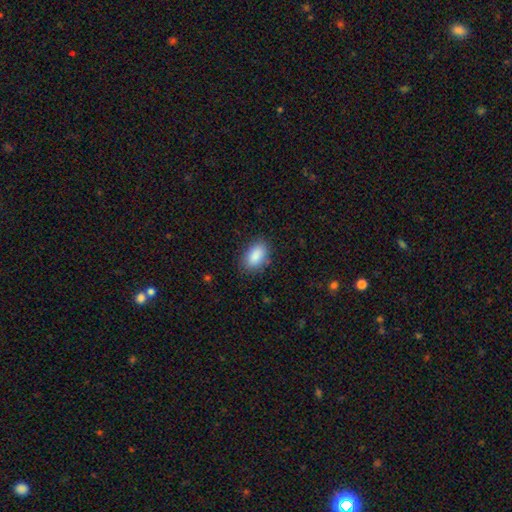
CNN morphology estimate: Smooth or featured? smooth (89%)
How rounded? in between (91%)
Merging? none (82%)